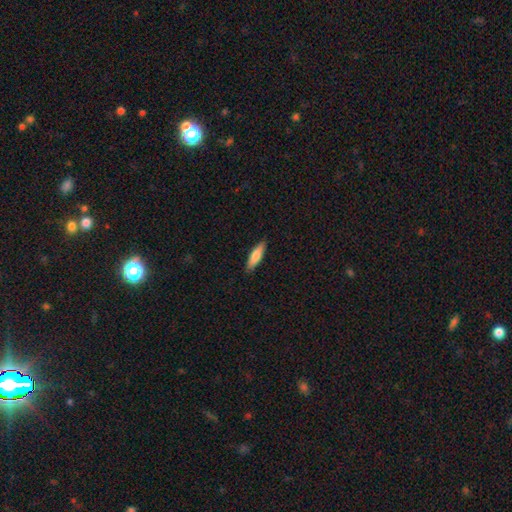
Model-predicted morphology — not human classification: A smooth galaxy with no disk features (76%) that is cigar-shaped (66%). Merging: none (89%).